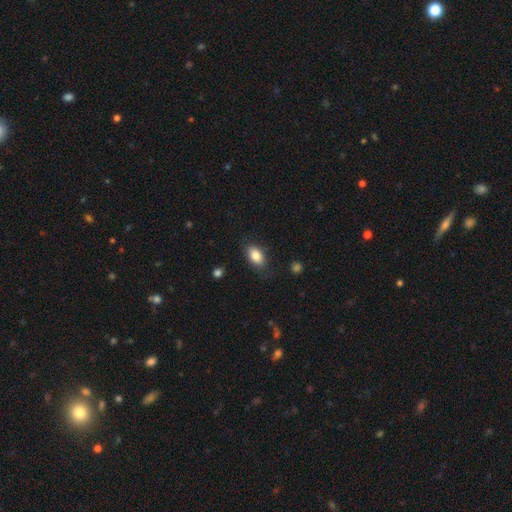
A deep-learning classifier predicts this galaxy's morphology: Smooth or featured? smooth (84%)
How rounded? in between (89%)
Merging? none (81%)